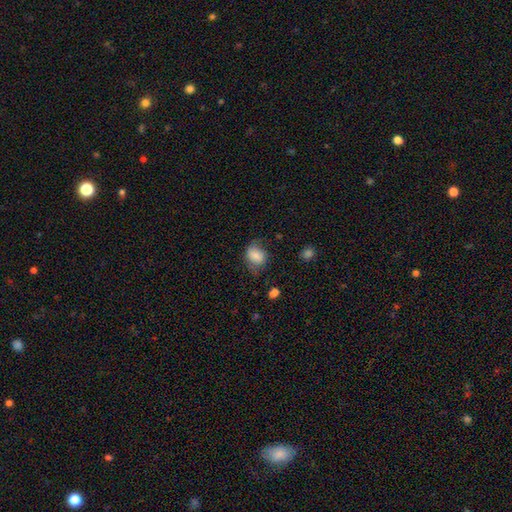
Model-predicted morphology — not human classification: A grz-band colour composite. It shows a smooth galaxy with no disk features (75%) that is in between round and cigar-shaped (61%). Merging: none (55%).